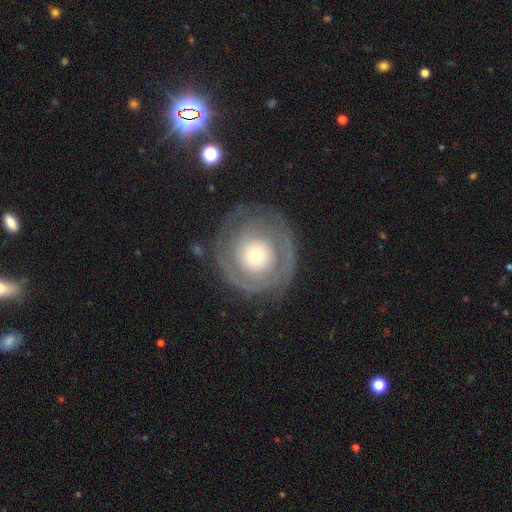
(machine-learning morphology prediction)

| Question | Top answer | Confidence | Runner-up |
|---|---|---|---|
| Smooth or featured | featured or disk | 66% | smooth (29%) |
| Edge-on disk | no | 96% | yes (4%) |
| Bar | no | 88% | weak (9%) |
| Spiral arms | yes | 62% | no (38%) |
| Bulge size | small | 51% | moderate (33%) |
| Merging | none | 76% | minor disturbance (14%) |